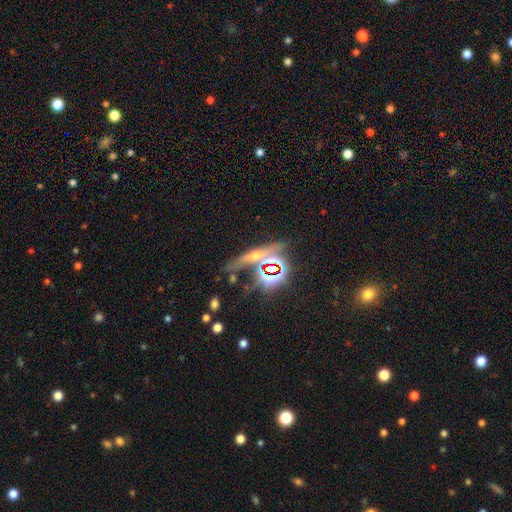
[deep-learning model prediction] Morphology: type=star or artifact (41%).